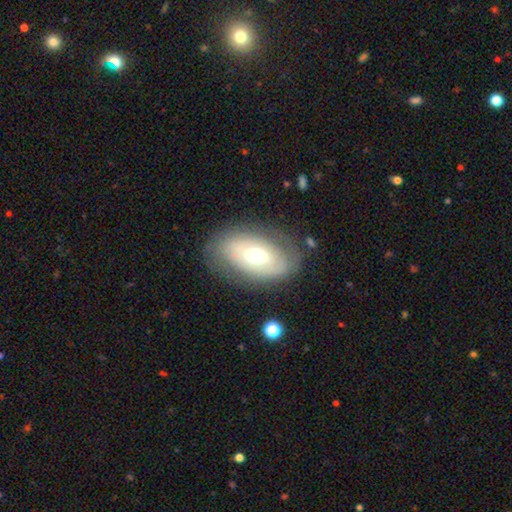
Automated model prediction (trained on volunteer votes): This is possibly a featured or disk galaxy (52%). It is clearly not viewed edge-on (90%). Merging: likely none (73%).